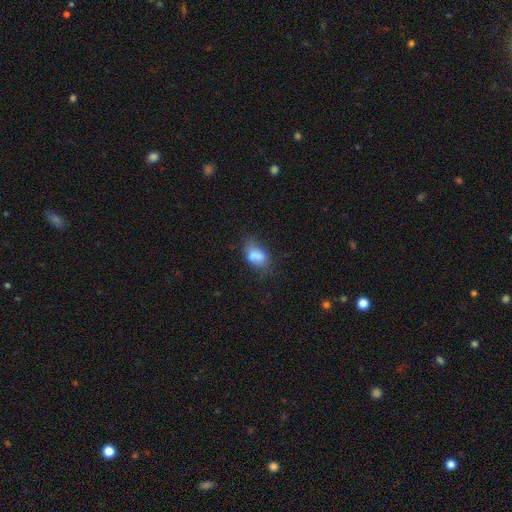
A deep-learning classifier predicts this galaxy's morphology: smooth-or-featured: smooth: 74% | featured or disk: 16% | star or artifact: 10%
  how-rounded: in between: 85% | round: 13% | cigar-shaped: 3%
  merging: none: 46% | minor disturbance: 29% | major disturbance: 14% | merger: 11%